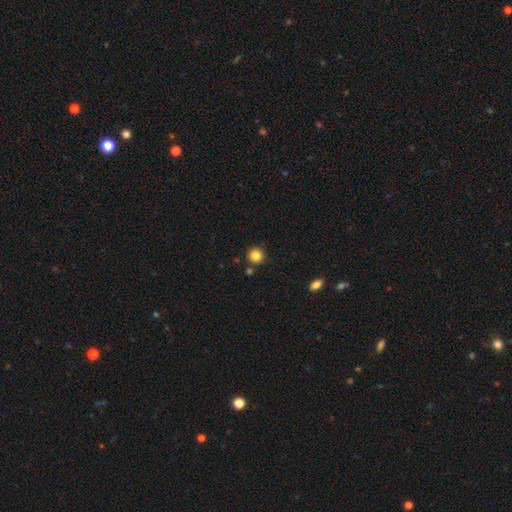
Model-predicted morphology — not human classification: smooth_or_featured: smooth (p=0.84) [alt: star or artifact p=0.11]
how_rounded: round (p=0.94) [alt: in between p=0.05]
merging: none (p=0.87) [alt: minor disturbance p=0.06]